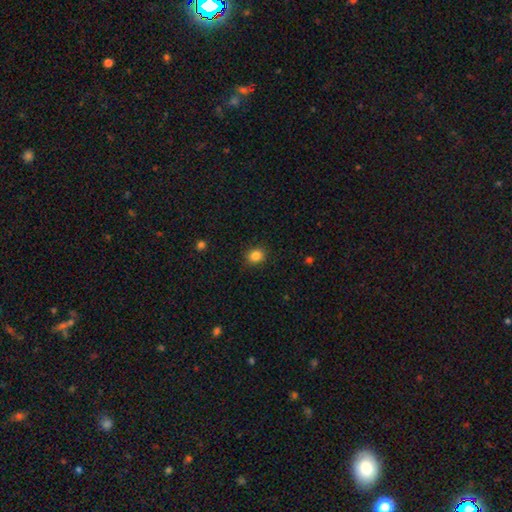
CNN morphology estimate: smooth-or-featured: smooth: 84% | star or artifact: 11% | featured or disk: 5%
  how-rounded: round: 70% | in between: 29% | cigar-shaped: 1%
  merging: none: 89% | minor disturbance: 8% | major disturbance: 2% | merger: 1%